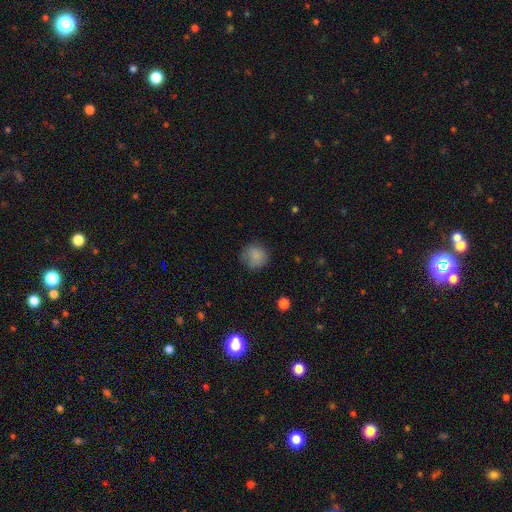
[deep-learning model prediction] smooth_or_featured: smooth (p=0.85) [alt: star or artifact p=0.10]
how_rounded: round (p=0.91) [alt: in between p=0.08]
merging: none (p=0.80) [alt: minor disturbance p=0.14]